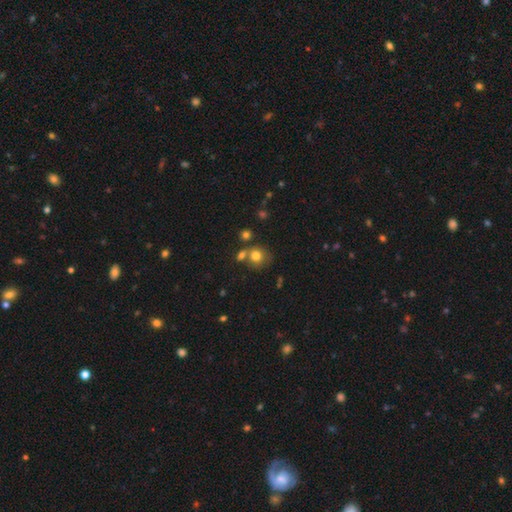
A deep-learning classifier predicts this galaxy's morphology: Q: Smooth or featured?
A: smooth (77%); runner-up: star or artifact (12%)
Q: How rounded?
A: round (80%); runner-up: in between (19%)
Q: Merging?
A: none (53%); runner-up: merger (28%)